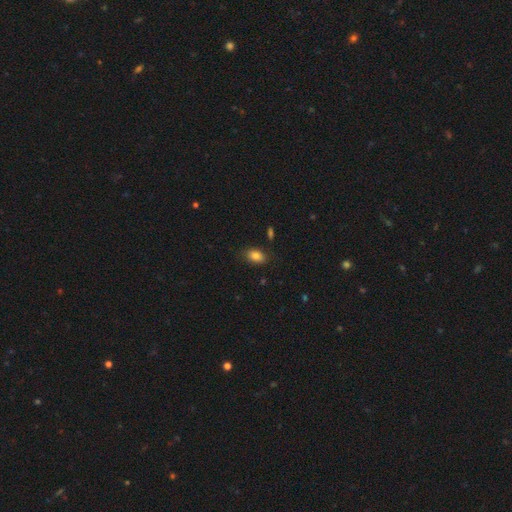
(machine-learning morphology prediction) smooth_or_featured: smooth (p=0.83) [alt: star or artifact p=0.09]
how_rounded: in between (p=0.84) [alt: round p=0.14]
merging: none (p=0.82) [alt: minor disturbance p=0.13]